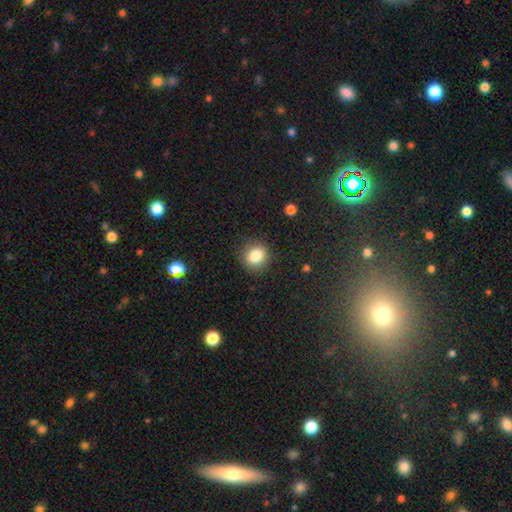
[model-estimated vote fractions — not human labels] The model was most divided on "how rounded": round: 85%, in between: 14%, cigar-shaped: 1%. More confident: merging — none (88%); smooth or featured — smooth (83%).